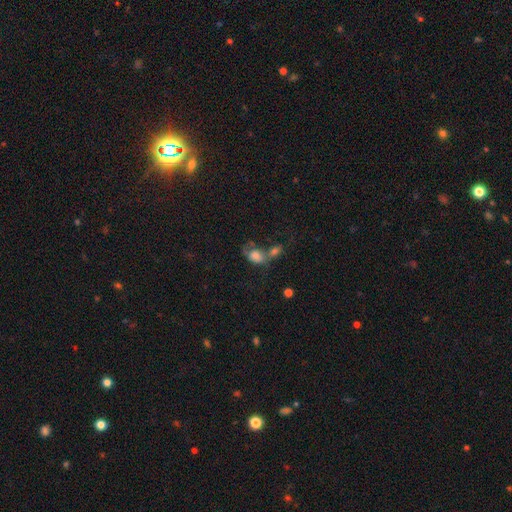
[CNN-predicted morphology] smooth 70%, featured or disk 20%, star or artifact 11%. Down the decision tree: how rounded — in between (77%); merging — merger (55%).